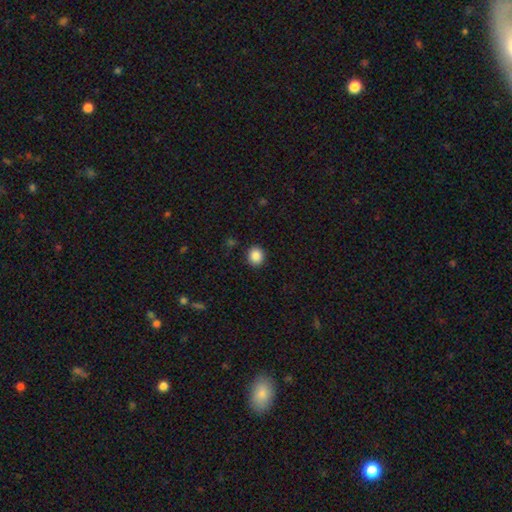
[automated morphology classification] This appears to be a smooth galaxy with no disk features (87%) that is round (83%). Merging: none (91%).